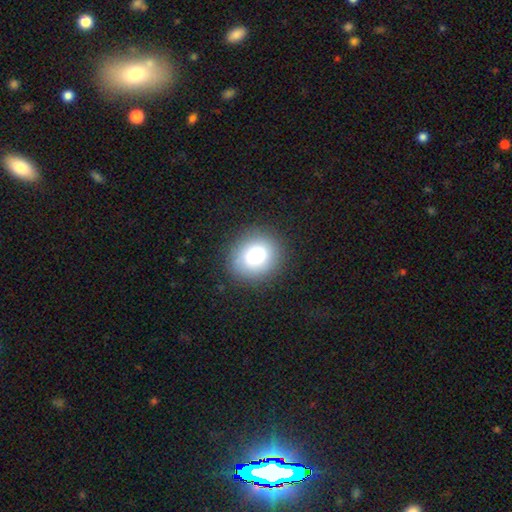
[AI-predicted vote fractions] Smooth or featured? smooth (79%)
How rounded? round (71%)
Merging? none (84%)